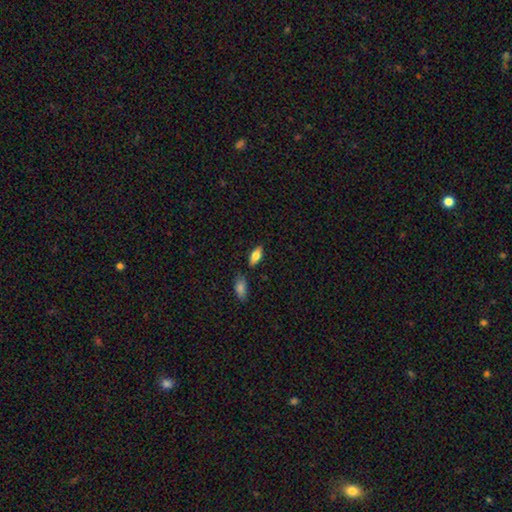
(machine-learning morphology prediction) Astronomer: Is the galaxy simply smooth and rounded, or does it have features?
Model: smooth — 71%.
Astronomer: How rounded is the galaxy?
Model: in between — 82%.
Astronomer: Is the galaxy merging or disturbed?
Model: none — 82%.